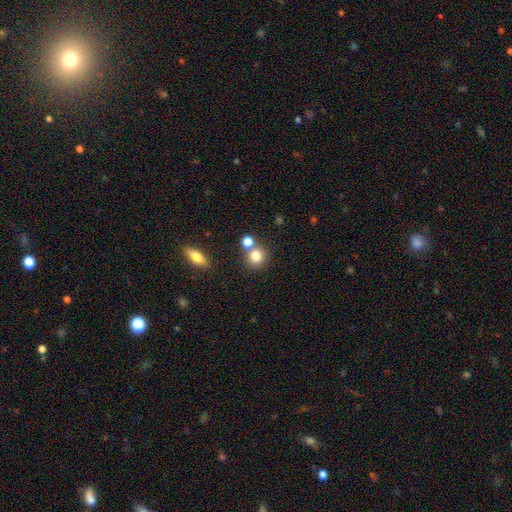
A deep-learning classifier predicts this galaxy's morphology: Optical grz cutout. It shows a smooth galaxy with no disk features (80%) that is round (84%). Merging: none (62%).